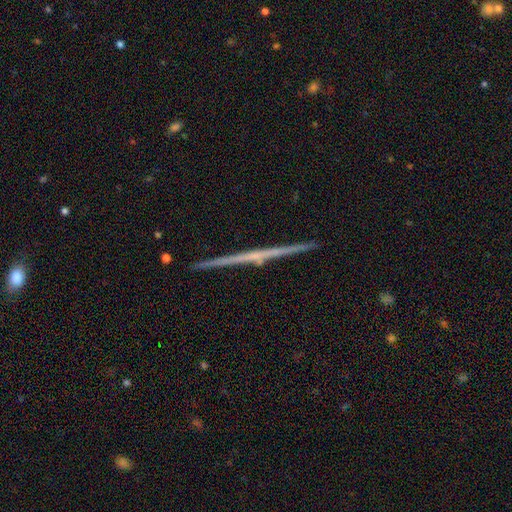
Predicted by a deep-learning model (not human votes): This appears to be a featured or disk galaxy (78%) viewed edge-on (99%) with no central bulge (63%). Merging: none (93%).